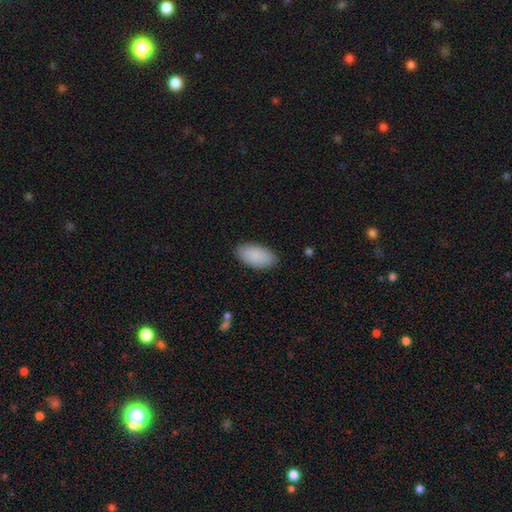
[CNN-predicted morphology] Smooth or featured? Predicted: smooth (p=0.89). How rounded? Predicted: in between (p=0.95). Merging? Predicted: none (p=0.87).